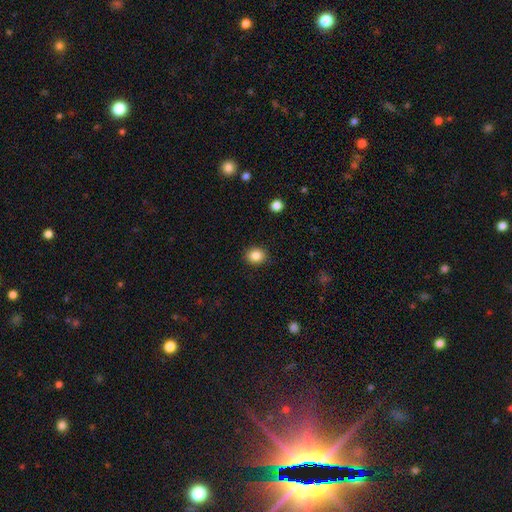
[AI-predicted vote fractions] Smooth or featured? Predicted: smooth (p=0.86). How rounded? Predicted: round (p=0.67). Merging? Predicted: none (p=0.90).